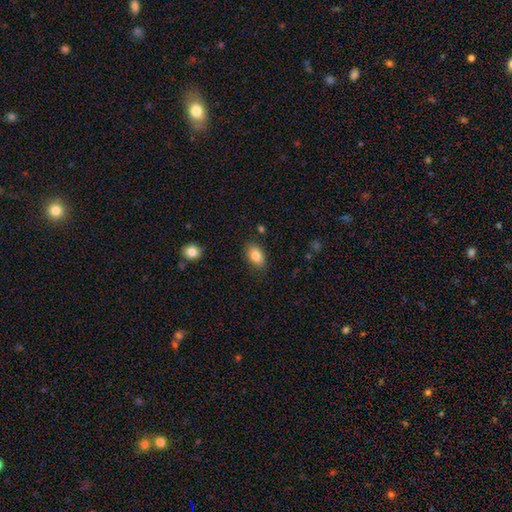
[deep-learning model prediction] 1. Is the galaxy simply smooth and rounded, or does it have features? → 84% smooth, 9% featured or disk, 8% star or artifact.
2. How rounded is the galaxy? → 89% in between, 9% round, 2% cigar-shaped.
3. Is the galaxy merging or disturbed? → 84% none, 12% minor disturbance, 3% major disturbance, 2% merger.